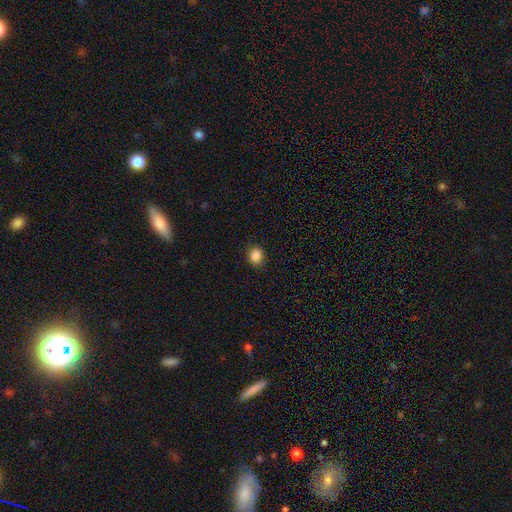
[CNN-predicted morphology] smooth 86%, star or artifact 10%, featured or disk 3%. Down the decision tree: how rounded — round (69%); merging — none (88%).